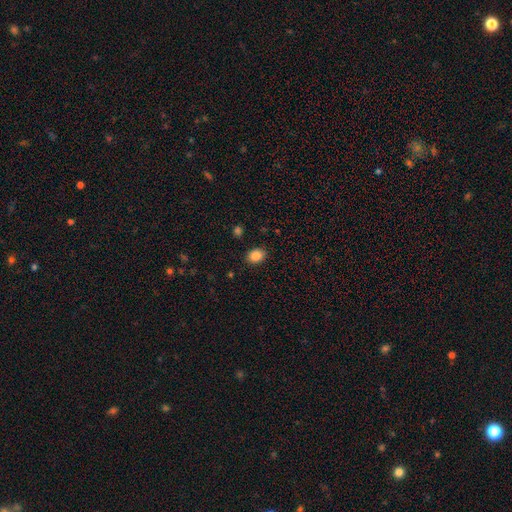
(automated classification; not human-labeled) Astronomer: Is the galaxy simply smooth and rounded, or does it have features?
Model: smooth — 86%.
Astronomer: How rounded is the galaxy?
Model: in between — 65%.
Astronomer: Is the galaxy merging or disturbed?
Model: none — 88%.